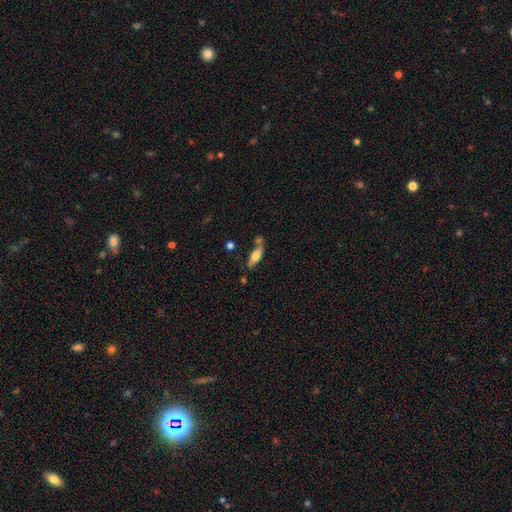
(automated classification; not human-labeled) smooth-or-featured: smooth: 60% | featured or disk: 33% | star or artifact: 7%
  how-rounded: in between: 56% | cigar-shaped: 41% | round: 3%
  merging: none: 56% | minor disturbance: 19% | merger: 19% | major disturbance: 6%